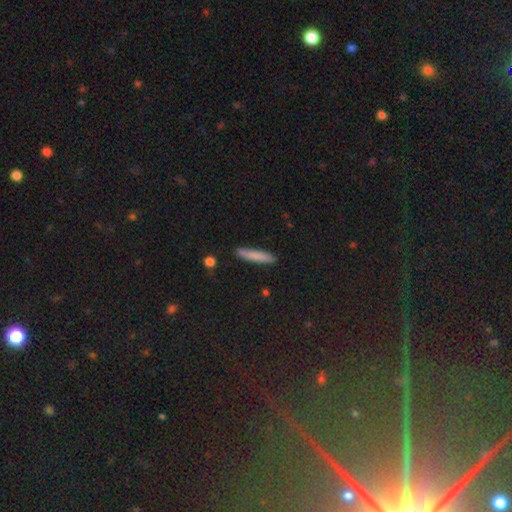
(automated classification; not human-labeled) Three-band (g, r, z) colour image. It shows a smooth galaxy with no disk features (81%) that is cigar-shaped (90%). Merging: none (86%).